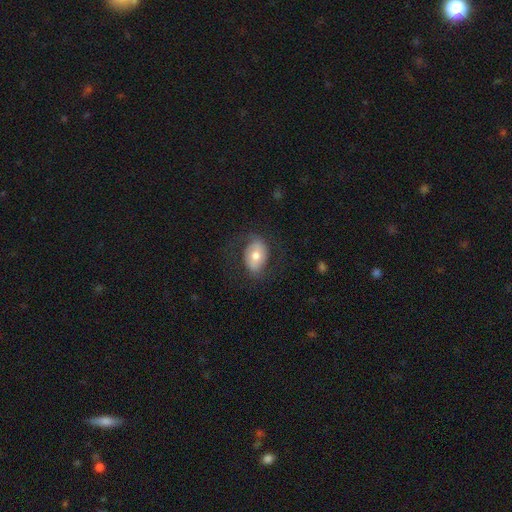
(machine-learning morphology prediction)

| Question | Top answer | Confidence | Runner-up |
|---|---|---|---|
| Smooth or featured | smooth | 48% | featured or disk (45%) |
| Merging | none | 69% | minor disturbance (16%) |